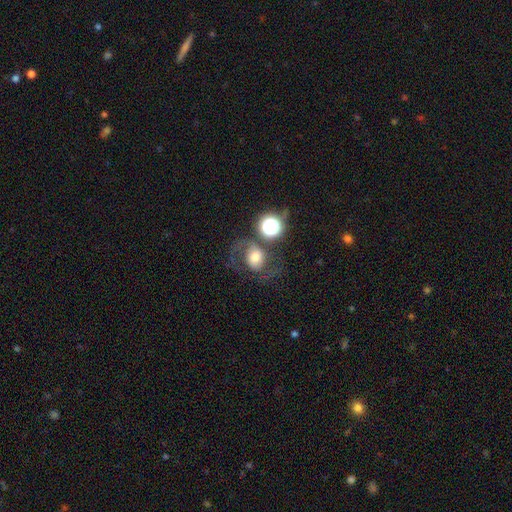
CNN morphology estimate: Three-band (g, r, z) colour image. It shows a featured or disk galaxy (44%). Merging: none (43%).